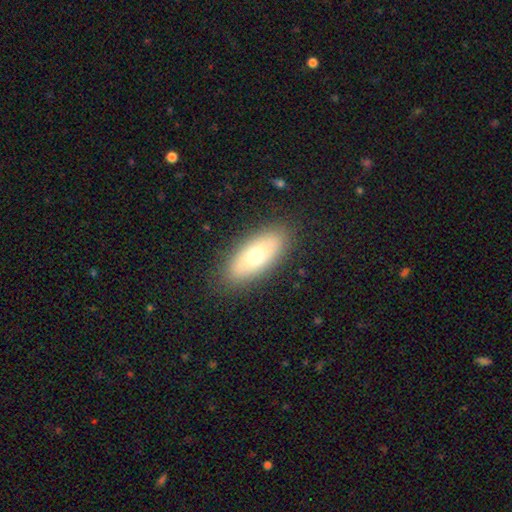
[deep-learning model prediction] A smooth galaxy with no disk features (65%) that is in between round and cigar-shaped (82%).

Vote fractions:
- Smooth or featured? smooth: 65% / featured or disk: 28% / star or artifact: 7%
- How rounded? in between: 82% / cigar-shaped: 14% / round: 3%
- Merging? none: 87% / minor disturbance: 9% / major disturbance: 3% / merger: 1%